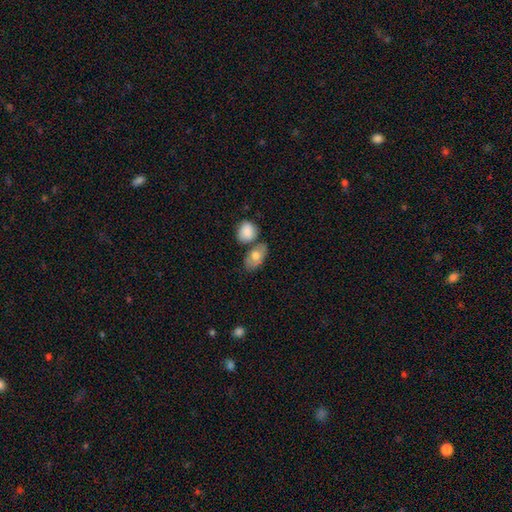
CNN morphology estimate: This appears to be a smooth galaxy with no disk features (72%) that is in between round and cigar-shaped (86%). Merging: none (54%).